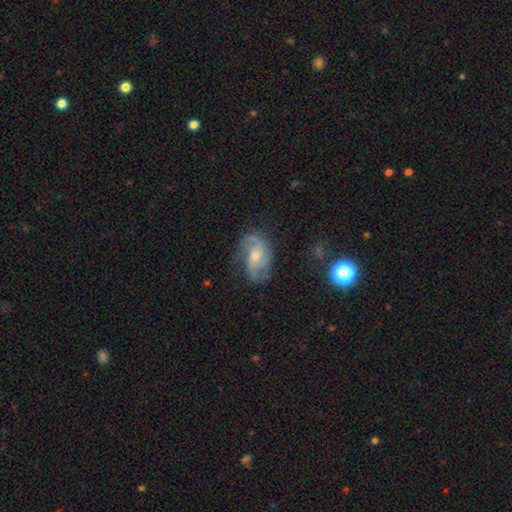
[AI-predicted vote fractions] smooth_or_featured: featured or disk (p=0.76) [alt: smooth p=0.16]
disk_edge_on: no (p=0.97) [alt: yes p=0.03]
bar: no (p=0.47) [alt: weak p=0.43]
has_spiral_arms: yes (p=0.93) [alt: no p=0.07]
spiral_winding: medium (p=0.44) [alt: loose p=0.37]
spiral_arm_count: 2 (p=0.68) [alt: can't tell p=0.12]
bulge_size: small (p=0.48) [alt: moderate p=0.45]
merging: none (p=0.68) [alt: minor disturbance p=0.21]